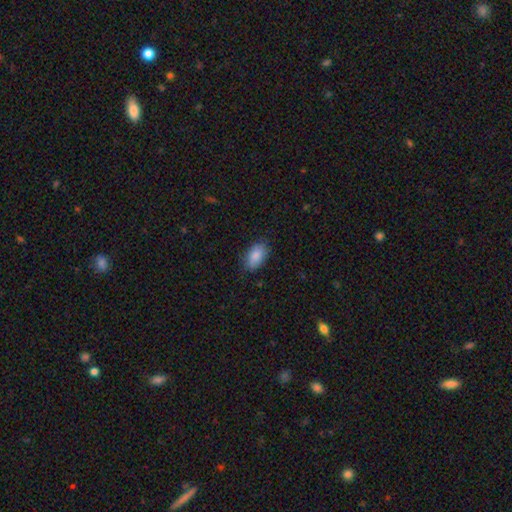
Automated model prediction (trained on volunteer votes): This is clearly a smooth galaxy (86%). How rounded: clearly in between (93%). Merging: clearly none (81%).